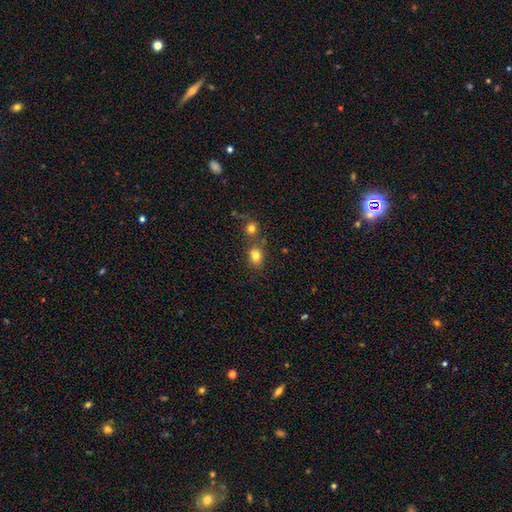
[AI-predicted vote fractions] Overall: smooth (80%). How rounded: in between (50%; round 49%). Merging: none (60%; merger 24%).